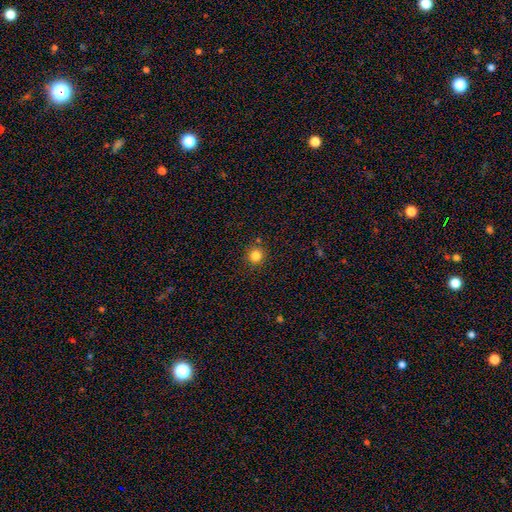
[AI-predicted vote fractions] This is clearly a smooth galaxy (82%). How rounded: clearly round (94%). Merging: clearly none (88%).